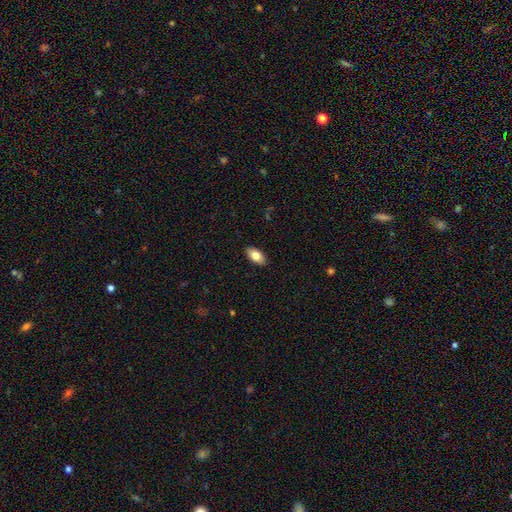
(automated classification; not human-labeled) smooth 81%, featured or disk 13%, star or artifact 7%. Down the decision tree: how rounded — in between (93%); merging — none (89%).